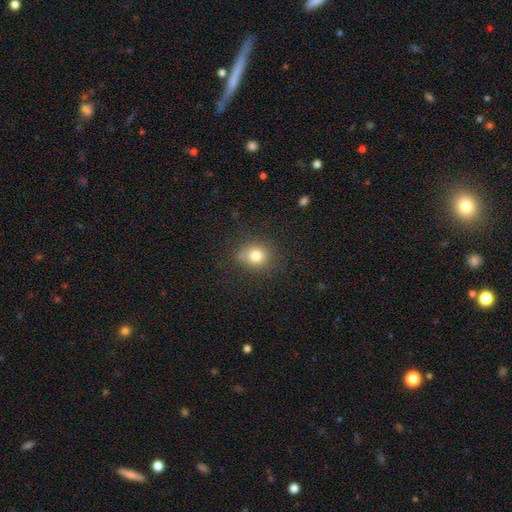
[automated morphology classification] The model was most divided on "how rounded": round: 79%, in between: 20%, cigar-shaped: 1%. More confident: smooth or featured — smooth (78%); merging — none (76%).